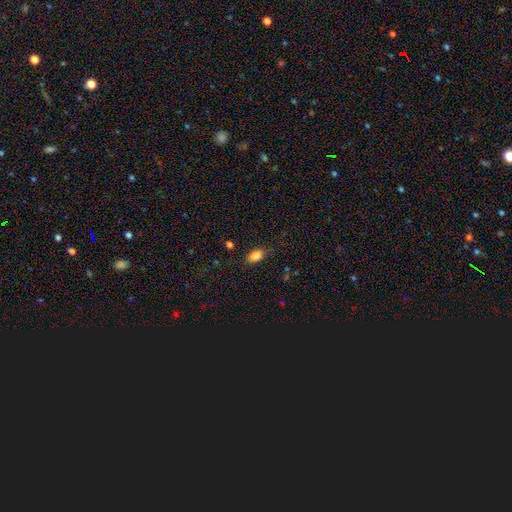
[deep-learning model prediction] Smooth or featured? Predicted: smooth (p=0.84). How rounded? Predicted: in between (p=0.86). Merging? Predicted: none (p=0.77).